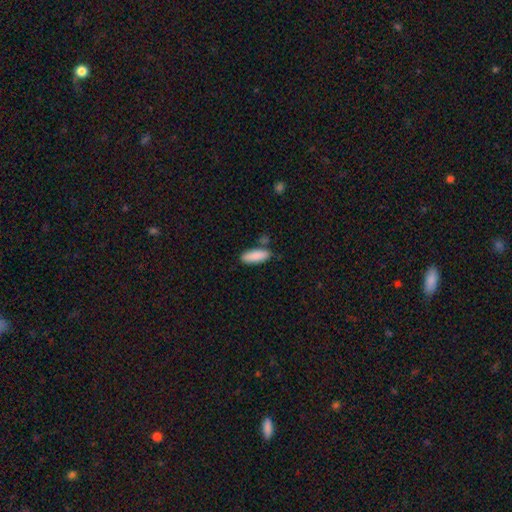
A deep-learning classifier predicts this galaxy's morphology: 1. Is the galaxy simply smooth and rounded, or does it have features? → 89% smooth, 6% star or artifact, 5% featured or disk.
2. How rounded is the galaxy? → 66% in between, 32% cigar-shaped, 2% round.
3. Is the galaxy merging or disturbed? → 77% none, 14% minor disturbance, 6% merger, 3% major disturbance.